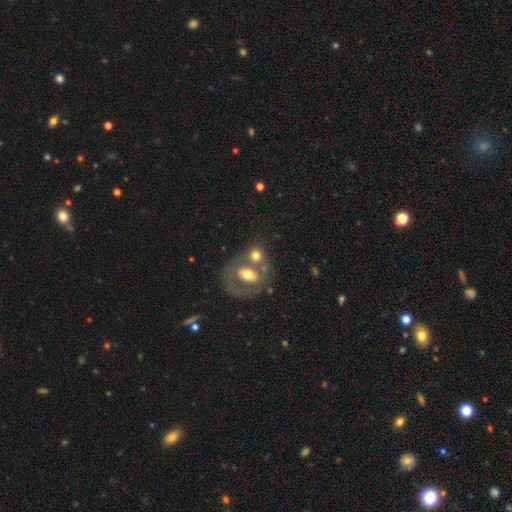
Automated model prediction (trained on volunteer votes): Smooth or featured? smooth (49%)
Merging? merger (42%)